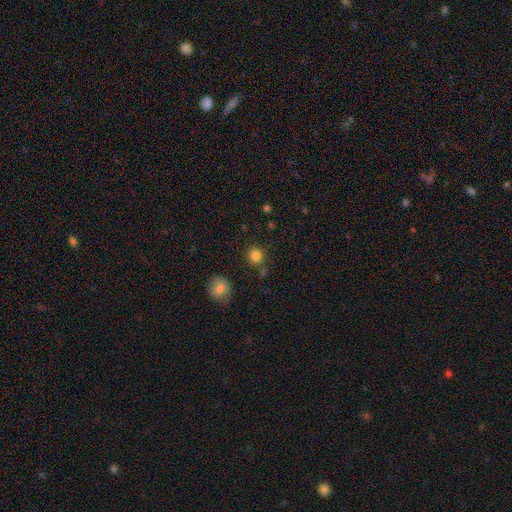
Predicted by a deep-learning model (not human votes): smooth_or_featured: smooth (p=0.84) [alt: star or artifact p=0.12]
how_rounded: round (p=0.89) [alt: in between p=0.10]
merging: none (p=0.81) [alt: minor disturbance p=0.09]